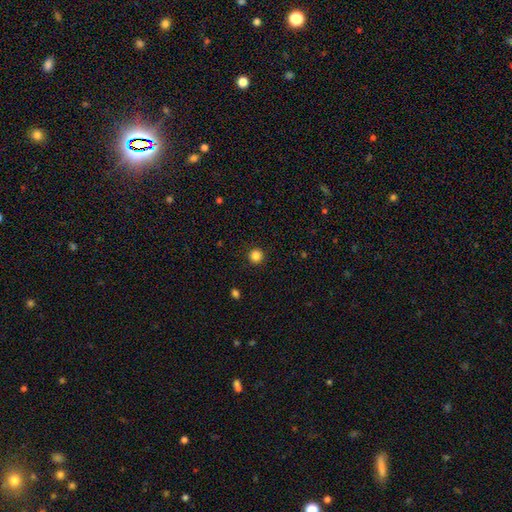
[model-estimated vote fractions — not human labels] Smooth or featured: smooth — 85% (star or artifact — 12%)
How rounded: round — 96% (in between — 3%)
Merging: none — 93% (minor disturbance — 5%)